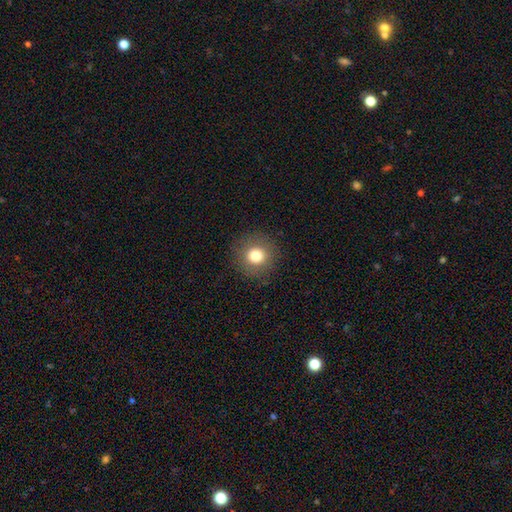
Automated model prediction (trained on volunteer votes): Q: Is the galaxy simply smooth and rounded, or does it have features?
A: smooth — 78%.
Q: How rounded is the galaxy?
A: round — 94%.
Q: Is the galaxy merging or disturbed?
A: none — 90%.